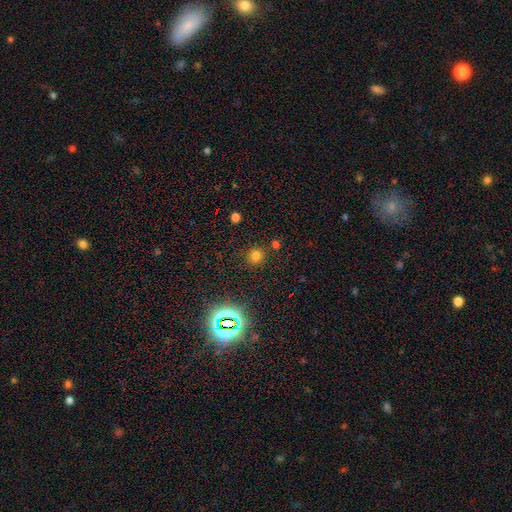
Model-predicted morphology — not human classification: A smooth galaxy with no disk features (71%) that is round (89%). Merging: none (83%).